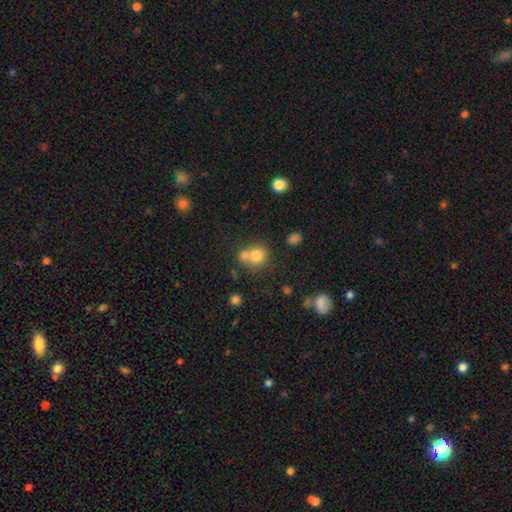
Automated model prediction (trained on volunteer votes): Morphology: type=smooth (77%); roundness=round (81%); merging=merger (45%).